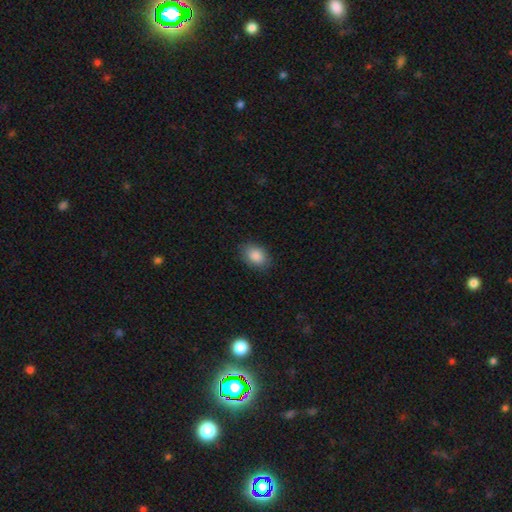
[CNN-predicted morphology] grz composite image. It shows a smooth galaxy with no disk features (88%) that is in between round and cigar-shaped (83%). Merging: none (85%).